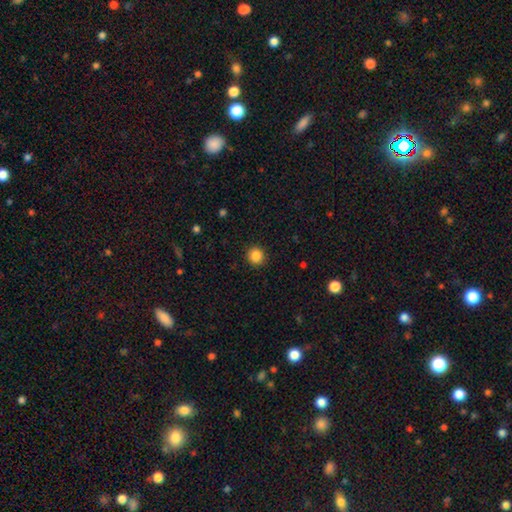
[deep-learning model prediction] Smooth or featured? Predicted: smooth (p=0.86). How rounded? Predicted: round (p=0.92). Merging? Predicted: none (p=0.92).